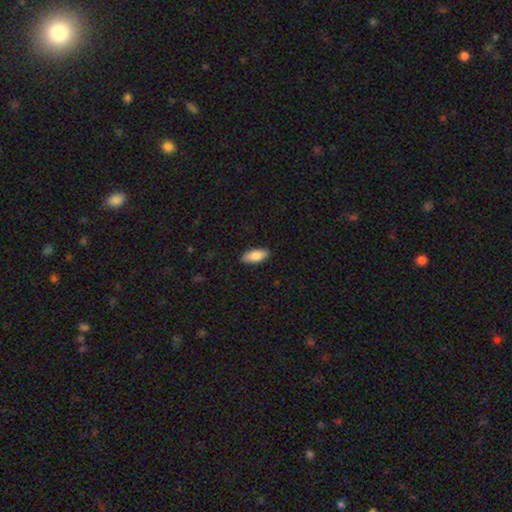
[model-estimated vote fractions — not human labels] This is clearly a smooth galaxy (85%). How rounded: clearly in between (87%). Merging: clearly none (87%).